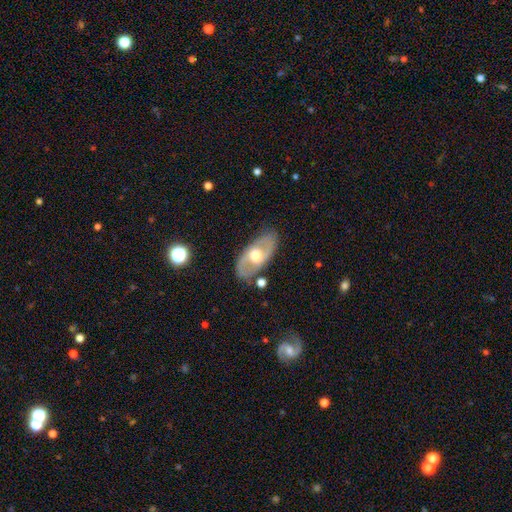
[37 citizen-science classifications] Q: Smooth or featured?
A: featured or disk (62%); runner-up: smooth (32%)
Q: Edge-on disk?
A: no (91%); runner-up: yes (9%)
Q: Bar?
A: no (71%); runner-up: weak (19%)
Q: Spiral arms?
A: no (52%); runner-up: yes (48%)
Q: Bulge size?
A: moderate (62%); runner-up: large (29%)
Q: Merging?
A: none (71%); runner-up: minor disturbance (29%)